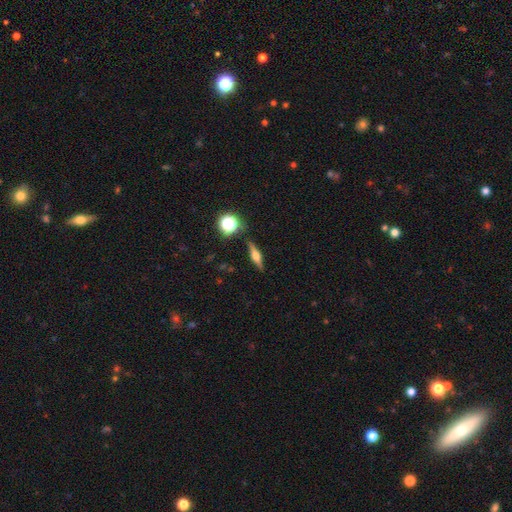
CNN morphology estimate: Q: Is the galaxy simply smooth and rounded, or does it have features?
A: featured or disk — 56%.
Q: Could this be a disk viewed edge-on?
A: yes — 95%.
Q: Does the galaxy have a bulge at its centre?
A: rounded — 91%.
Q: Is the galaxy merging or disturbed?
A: none — 85%.